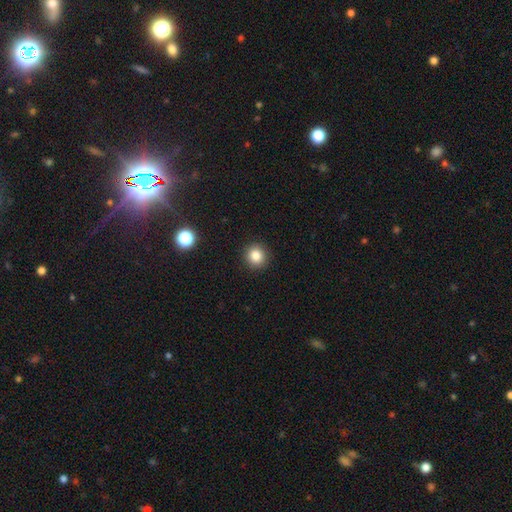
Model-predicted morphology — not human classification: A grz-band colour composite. It shows a smooth galaxy with no disk features (84%) that is round (92%). Merging: none (92%).